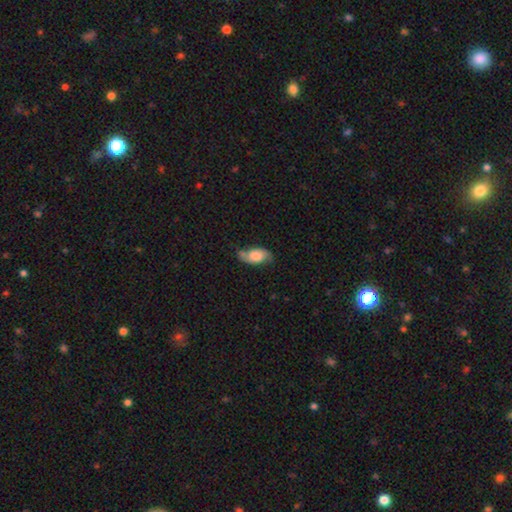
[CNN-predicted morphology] The model was most divided on "smooth or featured": smooth: 47%, featured or disk: 45%, star or artifact: 8%. More confident: merging — none (58%).